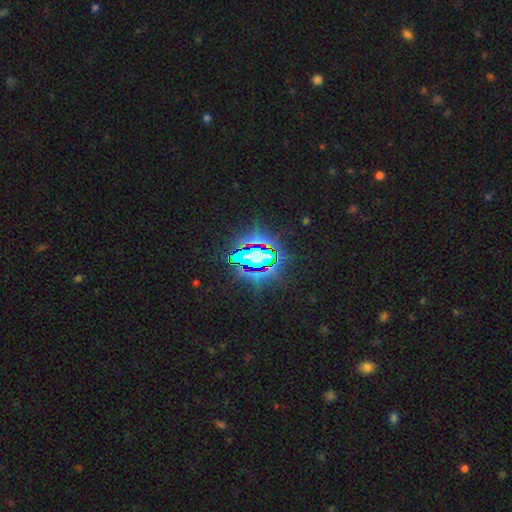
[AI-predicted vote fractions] Smooth or featured? star or artifact (74%)